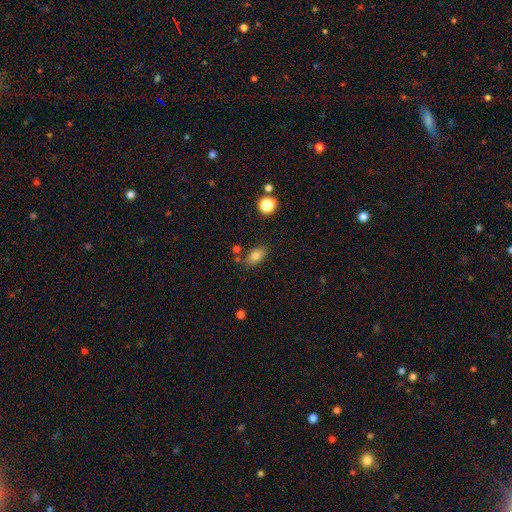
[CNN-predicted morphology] smooth-or-featured: smooth: 82% | star or artifact: 10% | featured or disk: 8%
  how-rounded: in between: 87% | round: 10% | cigar-shaped: 3%
  merging: none: 76% | minor disturbance: 13% | merger: 7% | major disturbance: 4%